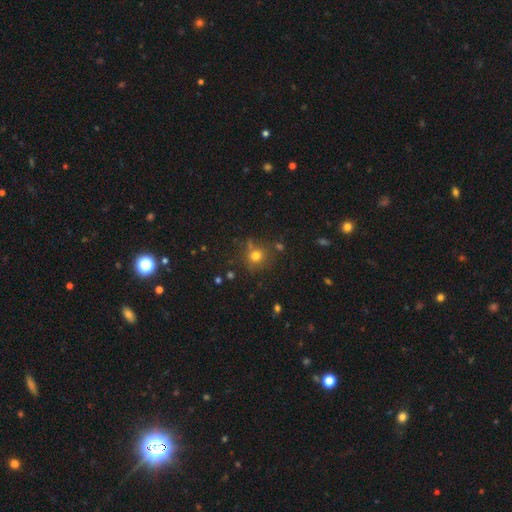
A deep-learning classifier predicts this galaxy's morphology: smooth-or-featured: smooth: 74% | star or artifact: 17% | featured or disk: 8%
  how-rounded: round: 89% | in between: 10% | cigar-shaped: 1%
  merging: none: 77% | minor disturbance: 12% | merger: 8% | major disturbance: 4%